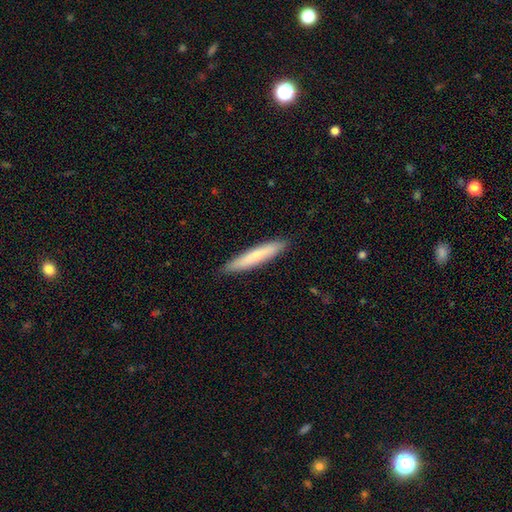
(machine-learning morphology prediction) The model was most divided on "smooth or featured": smooth: 69%, featured or disk: 25%, star or artifact: 6%. More confident: how rounded — cigar-shaped (92%); merging — none (90%).